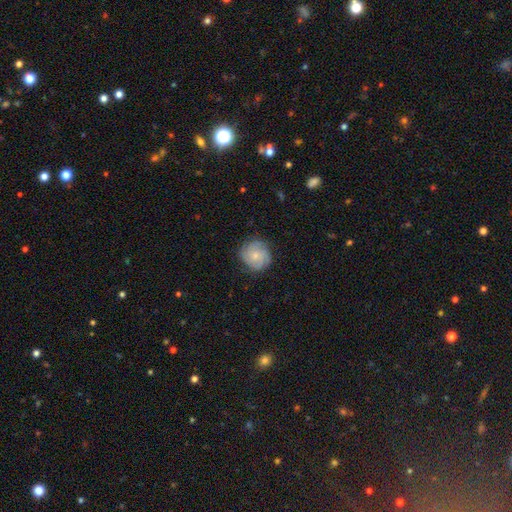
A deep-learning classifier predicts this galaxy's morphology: A featured or disk galaxy (65%) with no bar (79%), 3 (31%) tight (65%) spiral arms (94%) and a small central bulge (60%).

Vote fractions:
- Smooth or featured? featured or disk: 65% / smooth: 28% / star or artifact: 8%
- Edge-on disk? no: 98% / yes: 2%
- Bar? no: 79% / weak: 18% / strong: 2%
- Spiral arms? yes: 94% / no: 6%
- Spiral winding? tight: 65% / medium: 28% / loose: 7%
- Spiral arm count? 3: 31% / can't tell: 24% / 4: 23% / 2: 10% / more than 4: 6% / 1: 6%
- Bulge size? small: 60% / moderate: 34% / none: 4% / large: 2% / dominant: 1%
- Merging? none: 81% / minor disturbance: 14% / major disturbance: 4% / merger: 1%